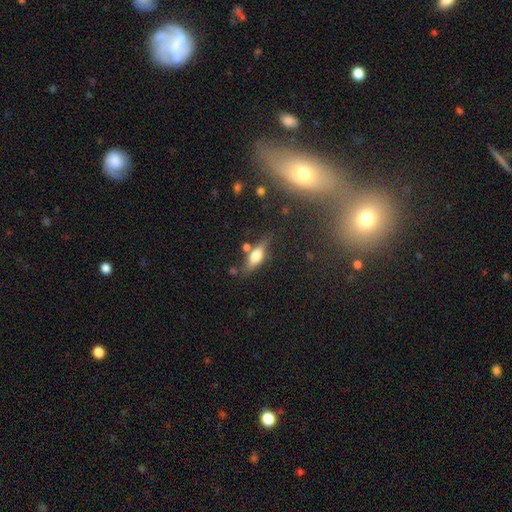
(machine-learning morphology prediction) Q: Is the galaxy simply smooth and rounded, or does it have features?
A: smooth — 58%.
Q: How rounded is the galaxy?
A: in between — 60%.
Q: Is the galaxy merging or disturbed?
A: none — 68%.